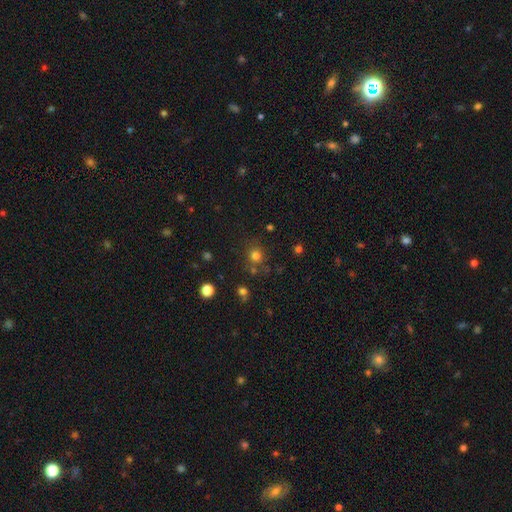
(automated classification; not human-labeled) Smooth or featured? smooth (75%)
How rounded? round (90%)
Merging? none (77%)